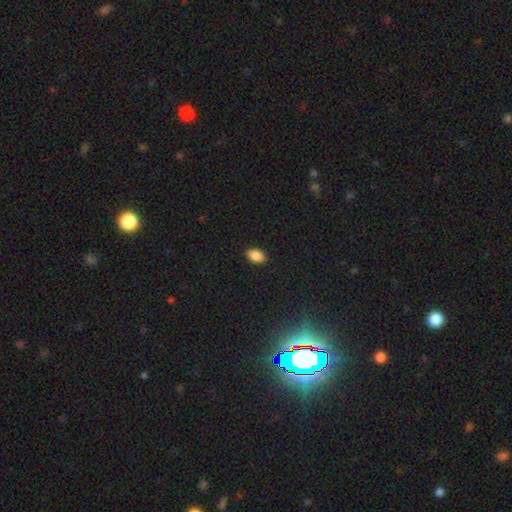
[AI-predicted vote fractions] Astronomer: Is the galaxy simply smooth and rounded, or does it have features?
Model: smooth — 87%.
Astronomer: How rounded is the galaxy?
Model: in between — 89%.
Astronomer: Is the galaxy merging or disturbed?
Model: none — 89%.